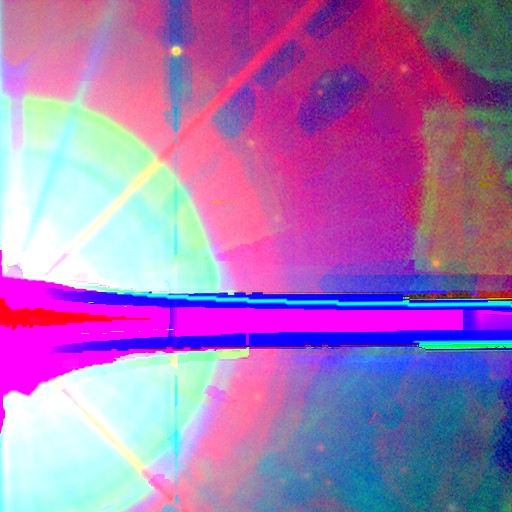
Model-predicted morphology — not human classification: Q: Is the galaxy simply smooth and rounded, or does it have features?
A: star or artifact — 86%.